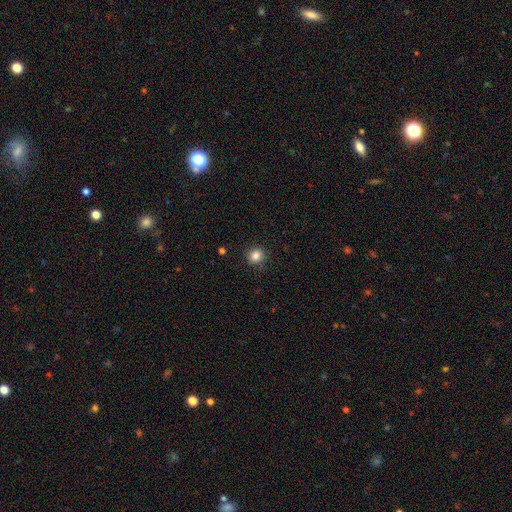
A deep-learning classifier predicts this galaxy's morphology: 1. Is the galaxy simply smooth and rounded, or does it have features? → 85% smooth, 11% star or artifact, 4% featured or disk.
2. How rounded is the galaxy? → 88% round, 11% in between, 1% cigar-shaped.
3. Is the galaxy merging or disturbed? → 90% none, 7% minor disturbance, 2% major disturbance, 1% merger.